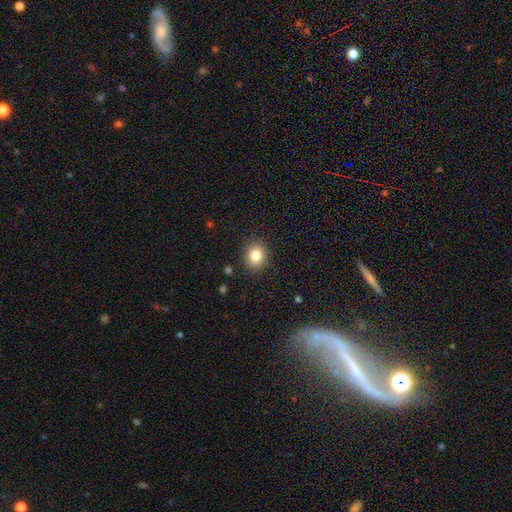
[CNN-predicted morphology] type=smooth (83%); roundness=round (69%); merging=none (89%).